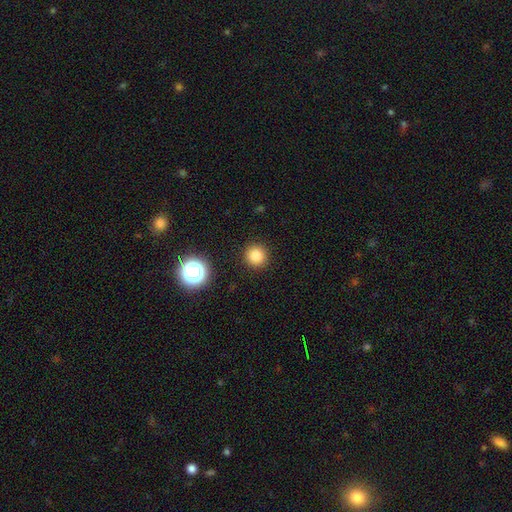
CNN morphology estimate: This is clearly a smooth galaxy (82%). How rounded: clearly round (95%). Merging: clearly none (91%).